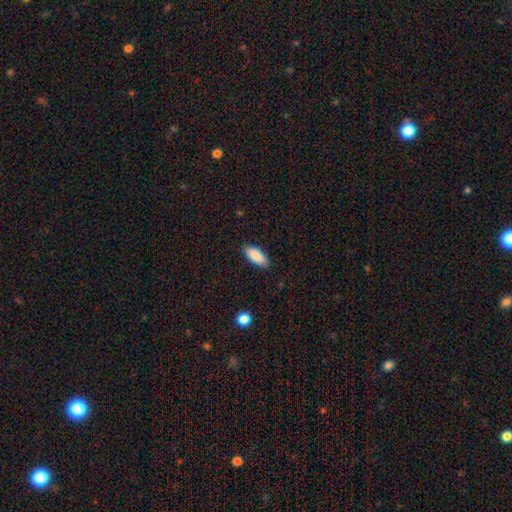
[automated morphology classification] smooth 88%, star or artifact 6%, featured or disk 6%. Down the decision tree: how rounded — in between (83%); merging — none (87%).